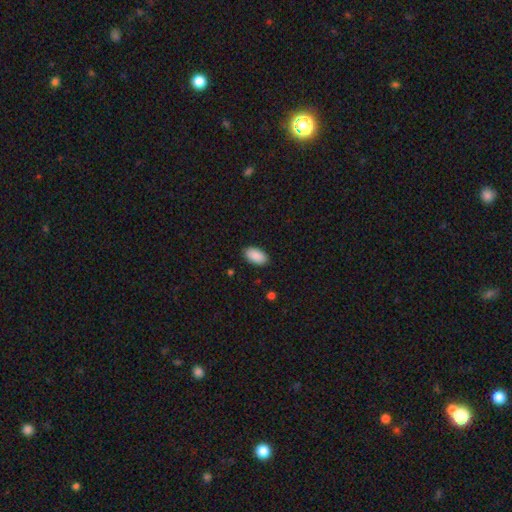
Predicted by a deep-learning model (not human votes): Smooth or featured?
  - smooth: 91% *
  - star or artifact: 7%
  - featured or disk: 3%
How rounded?
  - in between: 95% *
  - round: 3%
  - cigar-shaped: 2%
Merging?
  - none: 89% *
  - minor disturbance: 8%
  - major disturbance: 2%
  - merger: 1%